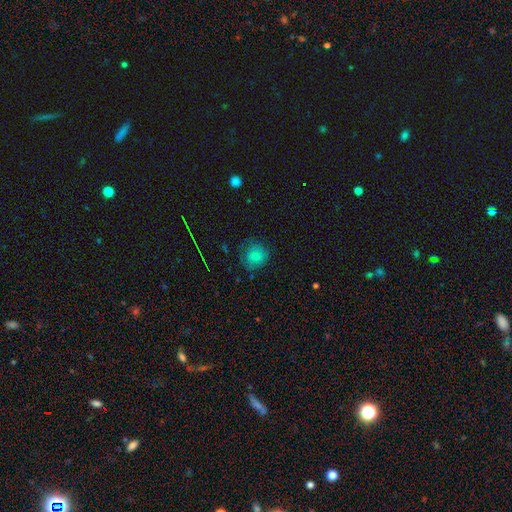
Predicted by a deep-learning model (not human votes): Smooth or featured? smooth (76%)
How rounded? round (84%)
Merging? none (73%)